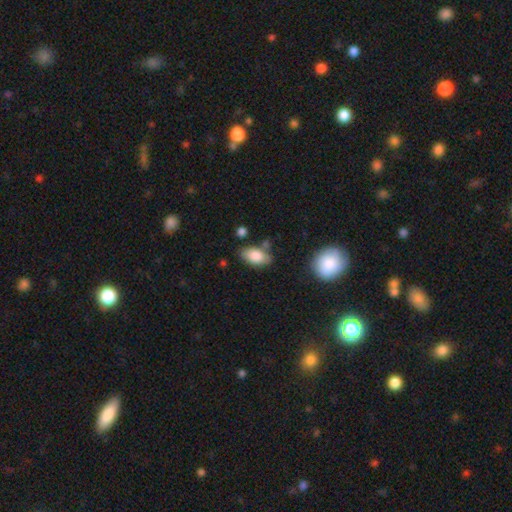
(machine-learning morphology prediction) Overall: smooth (84%). How rounded: in between (92%). Merging: none (70%).